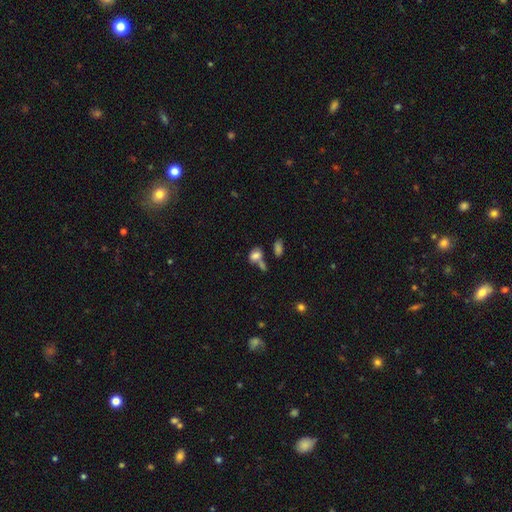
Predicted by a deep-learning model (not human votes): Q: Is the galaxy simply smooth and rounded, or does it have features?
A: smooth — 77%.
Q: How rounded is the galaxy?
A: in between — 75%.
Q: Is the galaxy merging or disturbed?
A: merger — 39%.